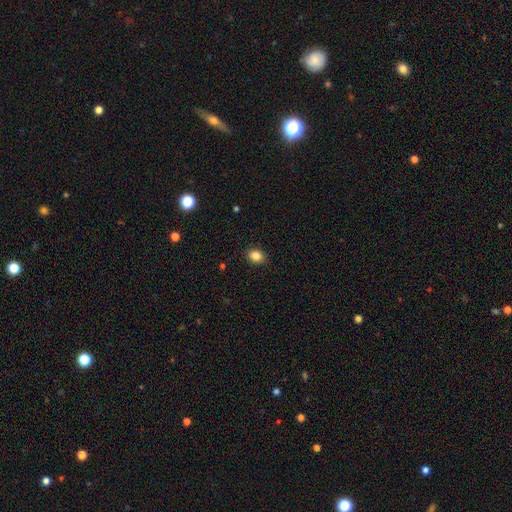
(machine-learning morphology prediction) Overall: smooth (86%). How rounded: round (50%; in between 49%). Merging: none (87%).